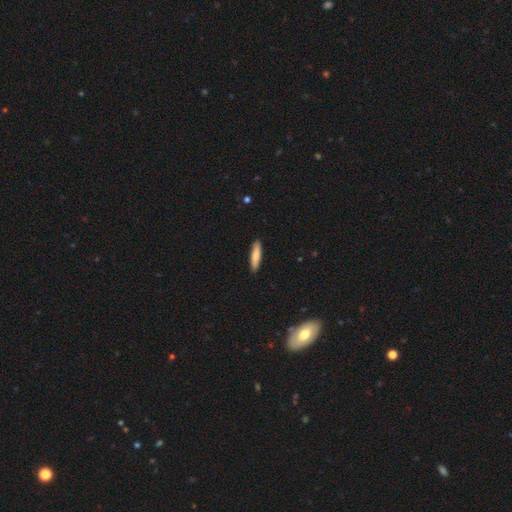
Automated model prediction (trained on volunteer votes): smooth-or-featured: smooth: 77% | featured or disk: 18% | star or artifact: 5%
  how-rounded: cigar-shaped: 77% | in between: 21% | round: 2%
  merging: none: 90% | minor disturbance: 8% | major disturbance: 1% | merger: 1%